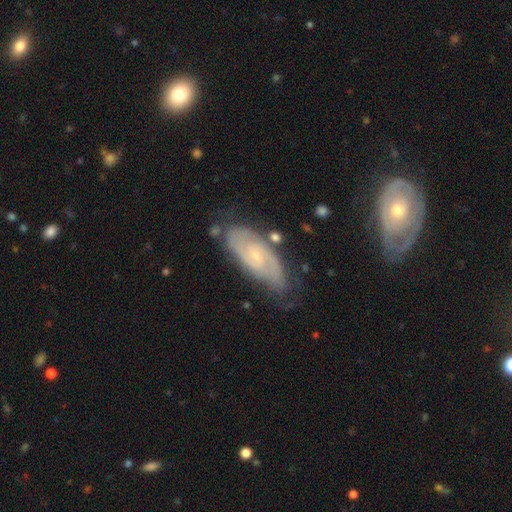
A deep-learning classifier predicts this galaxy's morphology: The model was most divided on "spiral winding": tight: 52%, medium: 37%, loose: 10%. More confident: spiral arms — yes (94%); edge-on disk — no (93%); smooth or featured — featured or disk (80%); bulge size — small (77%); merging — none (68%); spiral arm count — 2 (66%); bar — no (60%).